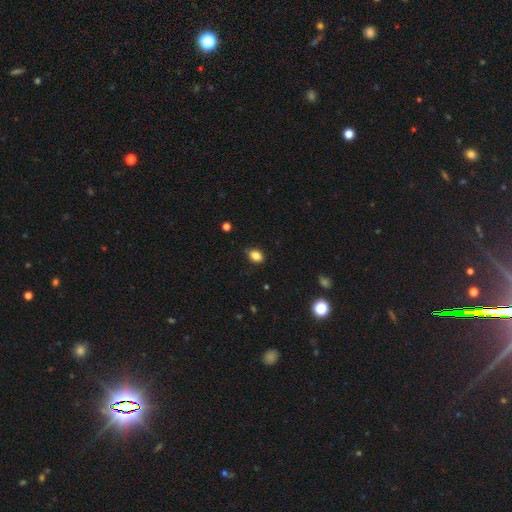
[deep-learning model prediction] This appears to be a smooth galaxy with no disk features (85%) that is in between round and cigar-shaped (71%). Merging: none (77%).